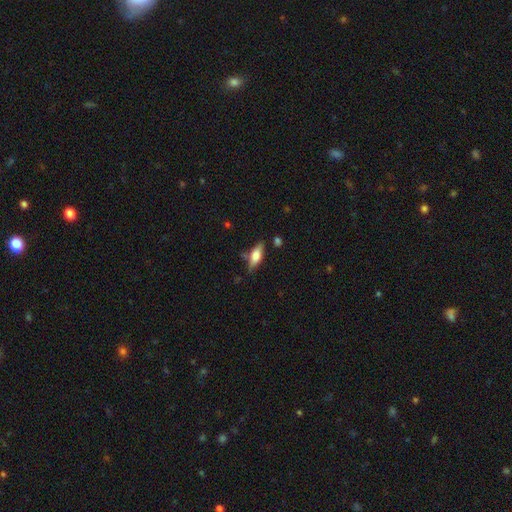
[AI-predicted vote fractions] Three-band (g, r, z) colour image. It shows a smooth galaxy with no disk features (56%) that is in between round and cigar-shaped (64%). Merging: none (73%).